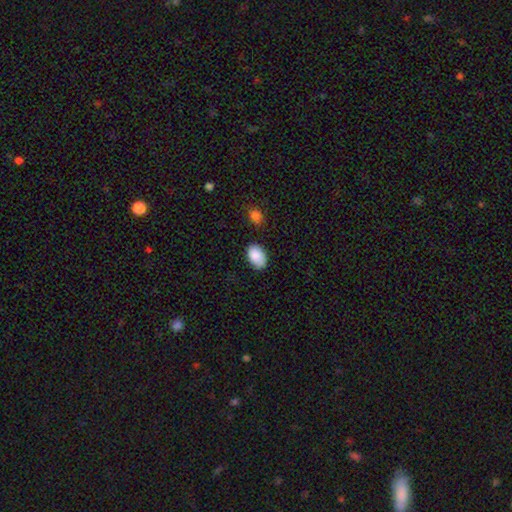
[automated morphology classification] Smooth or featured? Predicted: smooth (p=0.87). How rounded? Predicted: in between (p=0.89). Merging? Predicted: none (p=0.73).